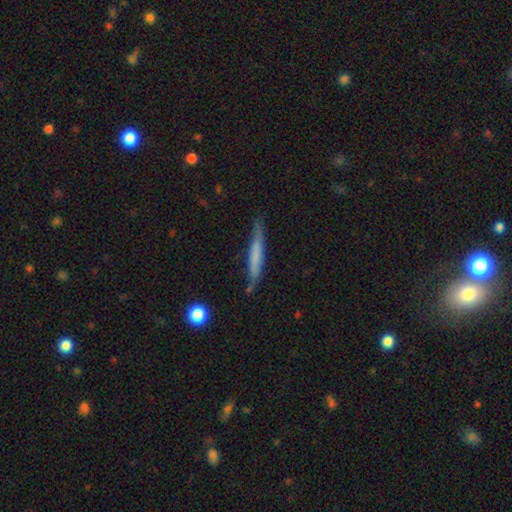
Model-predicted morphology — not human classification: smooth 60%, featured or disk 34%, star or artifact 6%. Down the decision tree: how rounded — cigar-shaped (94%); merging — none (74%).